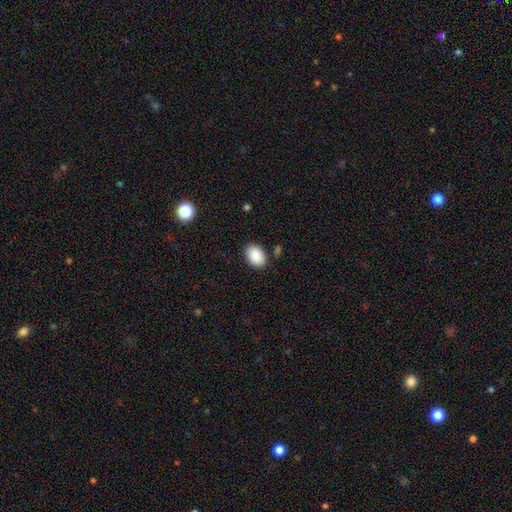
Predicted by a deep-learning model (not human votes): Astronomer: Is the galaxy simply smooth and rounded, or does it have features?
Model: smooth — 89%.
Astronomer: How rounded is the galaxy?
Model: in between — 84%.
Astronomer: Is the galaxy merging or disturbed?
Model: none — 85%.